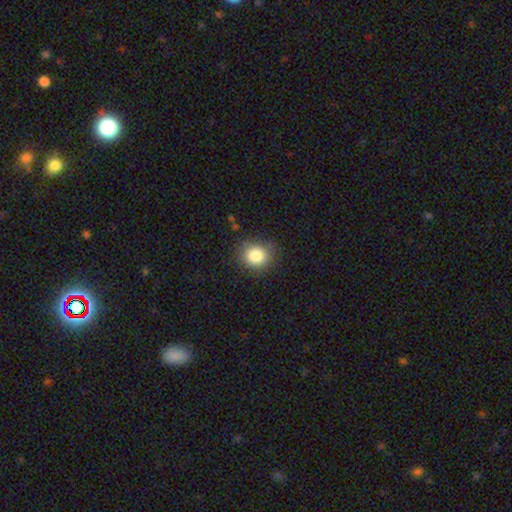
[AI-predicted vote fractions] Smooth or featured? Predicted: smooth (p=0.84). How rounded? Predicted: round (p=0.75). Merging? Predicted: none (p=0.84).